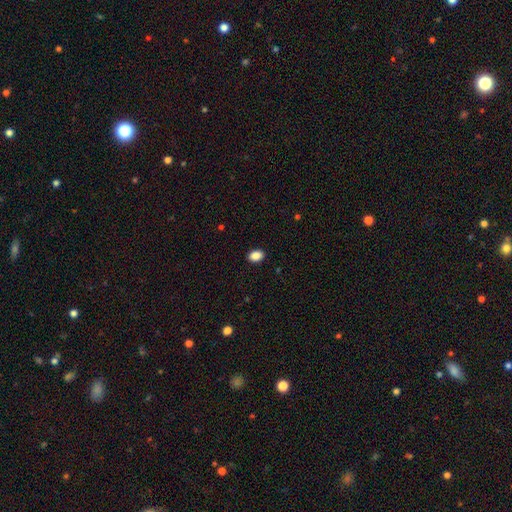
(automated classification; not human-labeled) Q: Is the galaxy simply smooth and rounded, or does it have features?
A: smooth — 88%.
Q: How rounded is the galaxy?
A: in between — 77%.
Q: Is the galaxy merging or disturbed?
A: none — 90%.